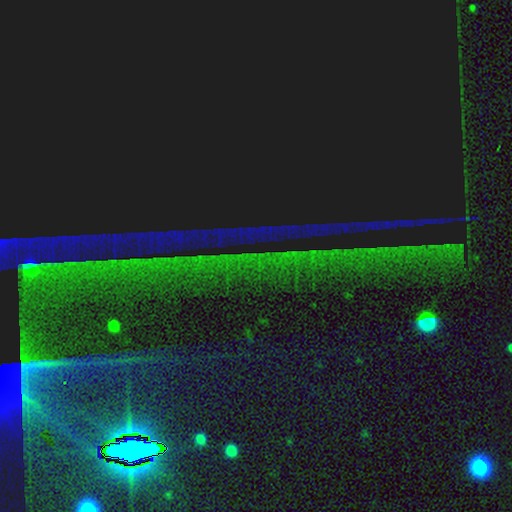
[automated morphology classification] smooth-or-featured: star or artifact: 88% | featured or disk: 6% | smooth: 6%